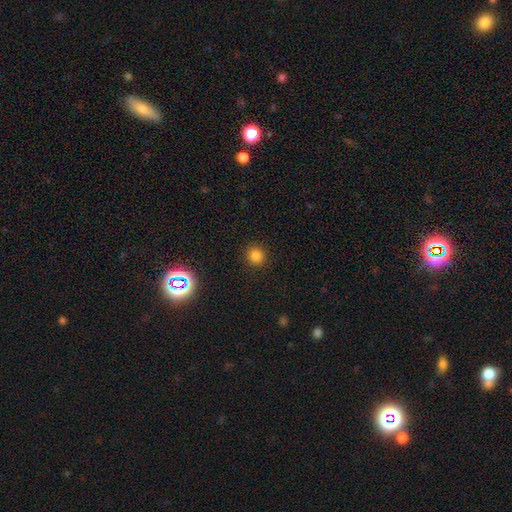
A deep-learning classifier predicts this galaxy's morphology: Q: Smooth or featured?
A: smooth (82%); runner-up: star or artifact (15%)
Q: How rounded?
A: round (91%); runner-up: in between (8%)
Q: Merging?
A: none (91%); runner-up: minor disturbance (6%)